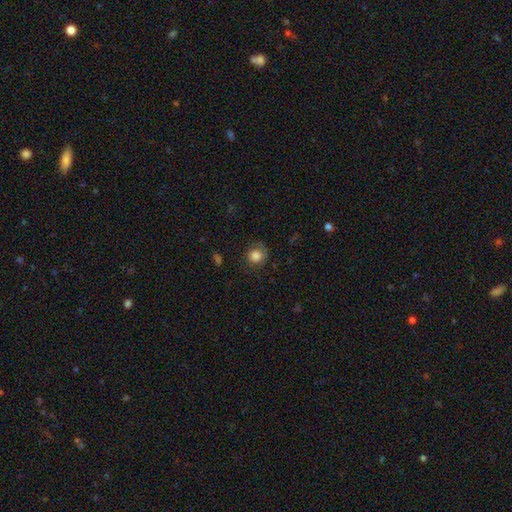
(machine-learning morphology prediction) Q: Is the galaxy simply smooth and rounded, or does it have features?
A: smooth — 79%.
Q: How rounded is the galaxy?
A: round — 84%.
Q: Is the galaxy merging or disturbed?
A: none — 66%.